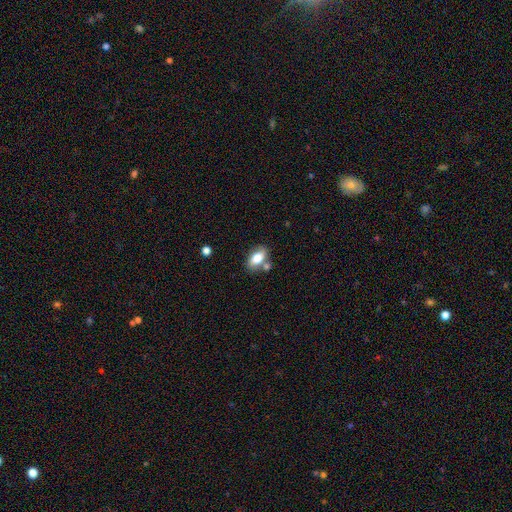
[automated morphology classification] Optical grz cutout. It shows a smooth galaxy with no disk features (74%) that is in between round and cigar-shaped (89%). Merging: none (64%).